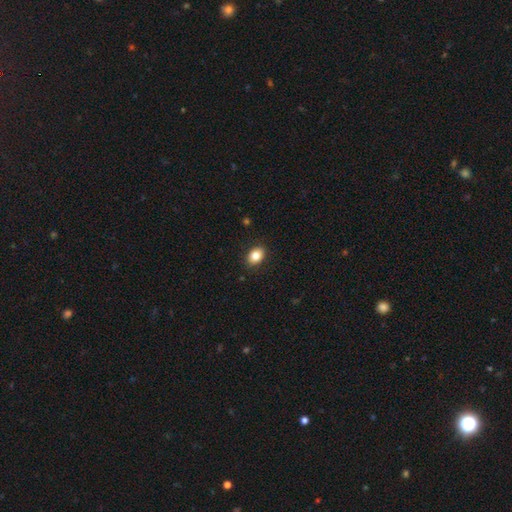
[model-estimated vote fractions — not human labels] smooth 83%, star or artifact 9%, featured or disk 8%. Down the decision tree: how rounded — in between (70%); merging — none (89%).